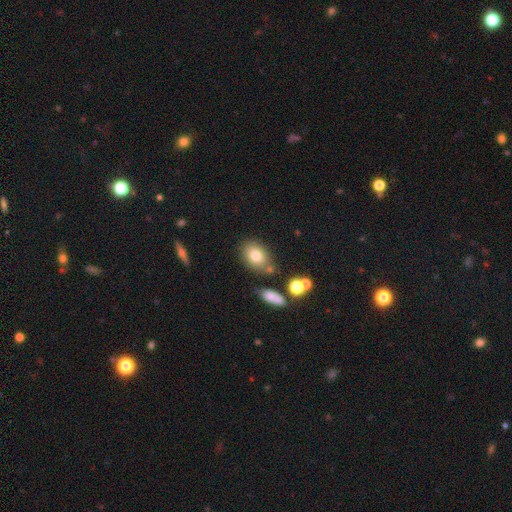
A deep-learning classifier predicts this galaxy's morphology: Smooth or featured: smooth — 77% (featured or disk — 12%)
How rounded: in between — 70% (round — 29%)
Merging: none — 71% (minor disturbance — 14%)